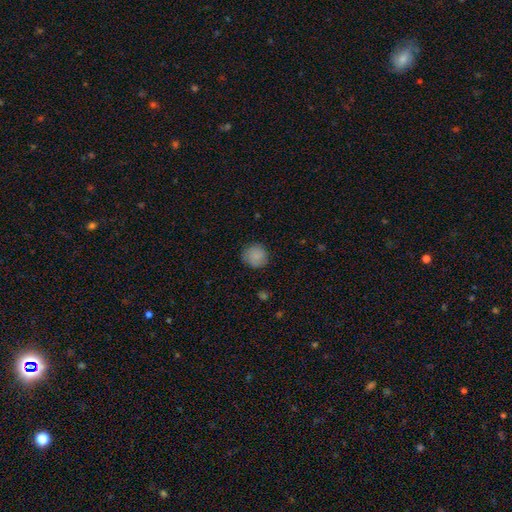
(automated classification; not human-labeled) Morphology: type=smooth (82%); roundness=round (88%); merging=none (84%).